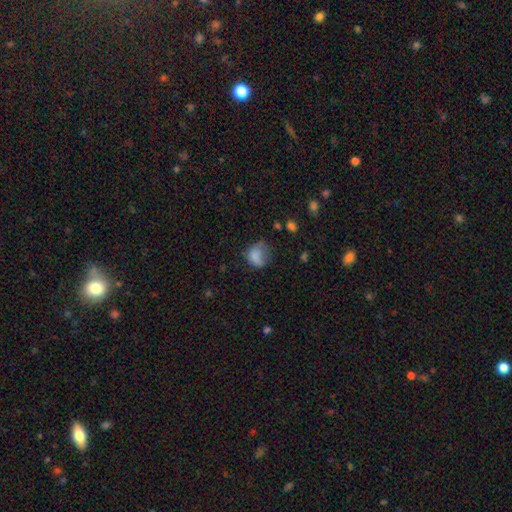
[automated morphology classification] This appears to be a smooth galaxy with no disk features (76%) that is in between round and cigar-shaped (51%). Merging: minor disturbance (35%).